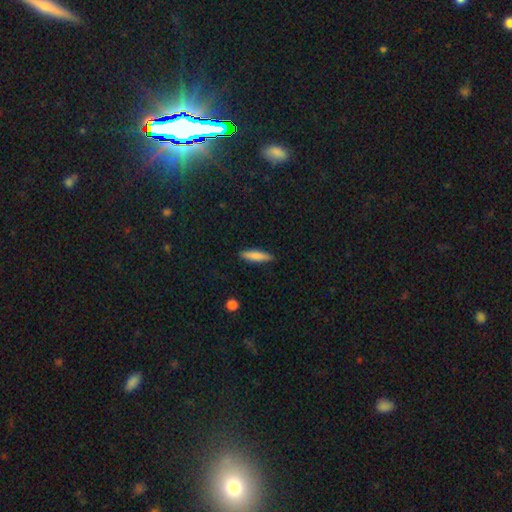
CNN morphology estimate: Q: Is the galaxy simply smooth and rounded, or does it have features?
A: smooth — 82%.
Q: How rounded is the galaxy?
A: cigar-shaped — 79%.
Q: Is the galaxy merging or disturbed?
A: none — 89%.